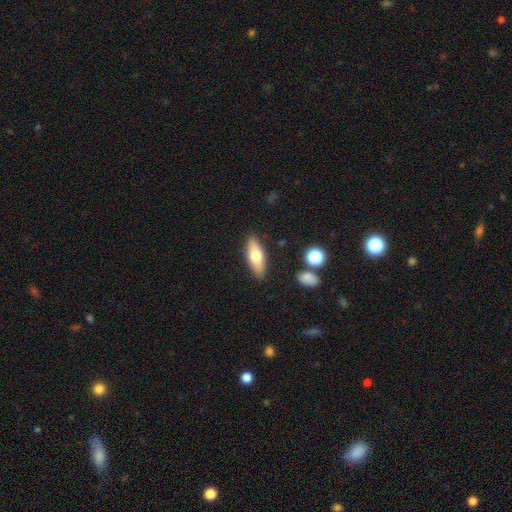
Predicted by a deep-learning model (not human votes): Q: Smooth or featured?
A: smooth (66%); runner-up: featured or disk (28%)
Q: How rounded?
A: in between (65%); runner-up: cigar-shaped (33%)
Q: Merging?
A: none (87%); runner-up: minor disturbance (9%)